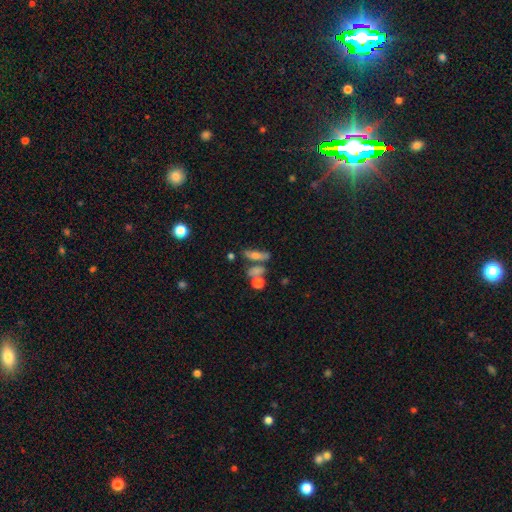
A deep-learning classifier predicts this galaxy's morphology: A smooth galaxy with no disk features (59%) that is cigar-shaped (57%). Merging: none (51%).